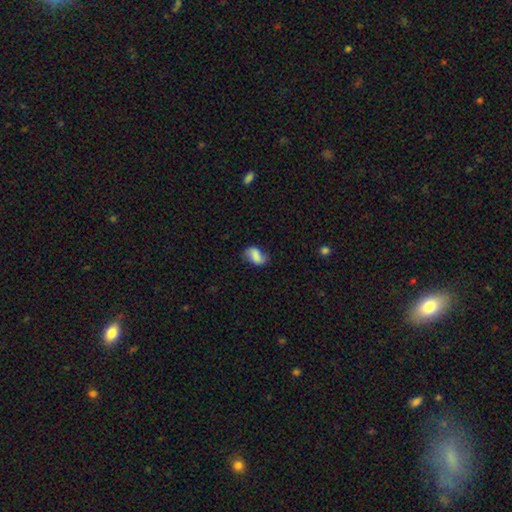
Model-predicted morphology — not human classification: type=smooth (59%); roundness=in between (84%); merging=none (65%).